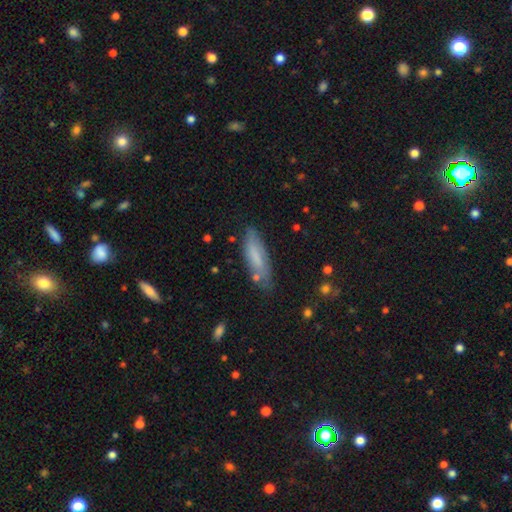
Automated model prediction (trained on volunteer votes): This is likely a smooth galaxy (72%). How rounded: possibly cigar-shaped (56%). Merging: likely none (67%).